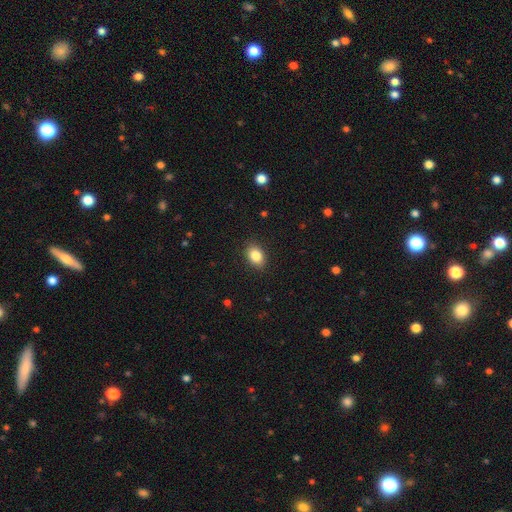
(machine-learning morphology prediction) smooth-or-featured: smooth: 85% | star or artifact: 9% | featured or disk: 6%
  how-rounded: in between: 74% | round: 24% | cigar-shaped: 1%
  merging: none: 89% | minor disturbance: 8% | major disturbance: 2% | merger: 1%